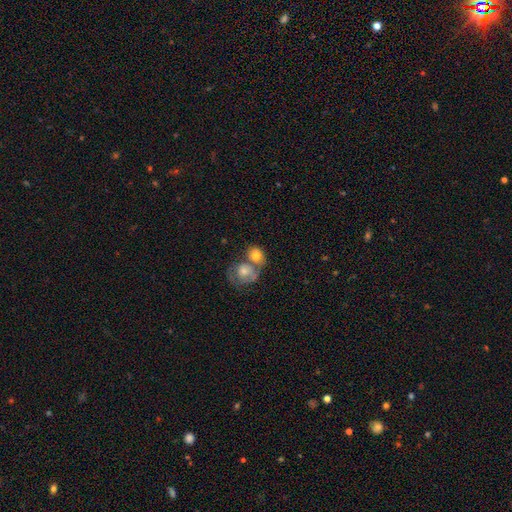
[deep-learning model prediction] Smooth or featured: smooth — 76% (featured or disk — 16%)
How rounded: round — 63% (in between — 36%)
Merging: merger — 57% (none — 30%)